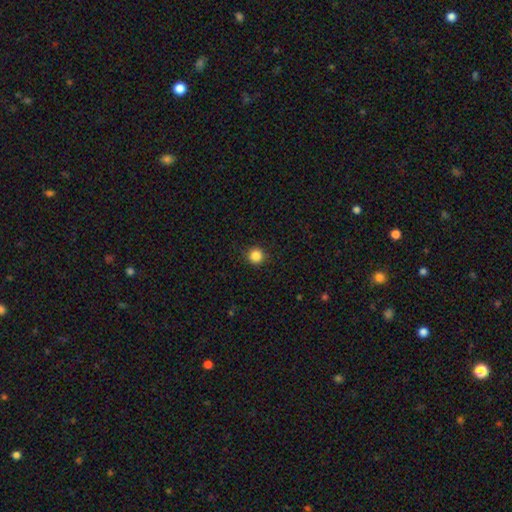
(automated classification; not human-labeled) Q: Smooth or featured?
A: smooth (86%); runner-up: star or artifact (11%)
Q: How rounded?
A: round (95%); runner-up: in between (4%)
Q: Merging?
A: none (92%); runner-up: minor disturbance (5%)